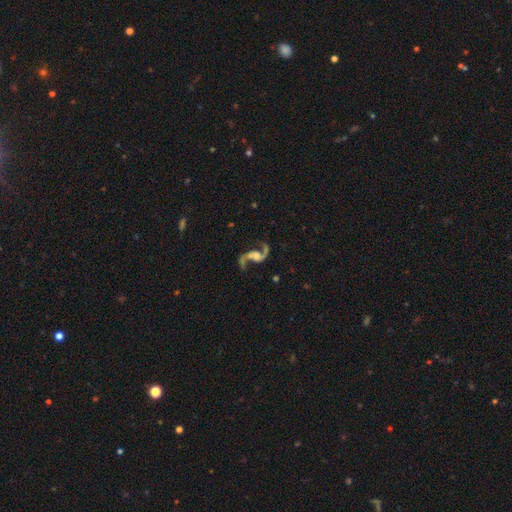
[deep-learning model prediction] Q: Smooth or featured?
A: featured or disk (91%); runner-up: star or artifact (5%)
Q: Edge-on disk?
A: no (97%); runner-up: yes (3%)
Q: Bar?
A: no (50%); runner-up: weak (35%)
Q: Spiral arms?
A: yes (97%); runner-up: no (3%)
Q: Spiral winding?
A: loose (79%); runner-up: medium (17%)
Q: Spiral arm count?
A: 2 (93%); runner-up: 1 (2%)
Q: Bulge size?
A: moderate (47%); runner-up: small (28%)
Q: Merging?
A: none (69%); runner-up: minor disturbance (13%)